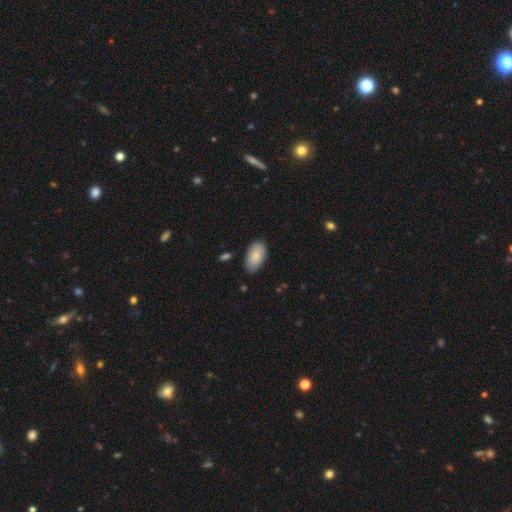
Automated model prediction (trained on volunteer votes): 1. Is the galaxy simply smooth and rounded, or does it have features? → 85% smooth, 9% featured or disk, 6% star or artifact.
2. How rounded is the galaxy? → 95% in between, 3% round, 2% cigar-shaped.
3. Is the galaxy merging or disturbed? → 82% none, 14% minor disturbance, 2% major disturbance, 2% merger.